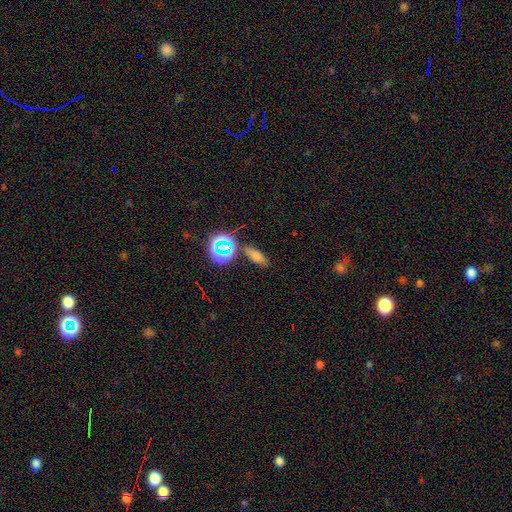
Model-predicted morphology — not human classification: Overall: smooth (68%). How rounded: in between (72%). Merging: none (78%).